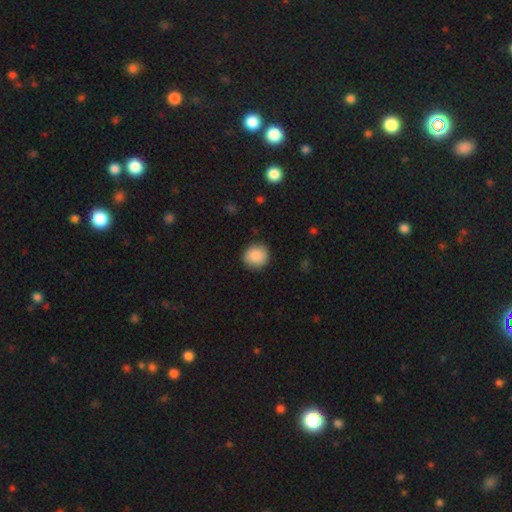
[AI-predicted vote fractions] This is clearly a smooth galaxy (89%). How rounded: clearly round (89%). Merging: clearly none (87%).